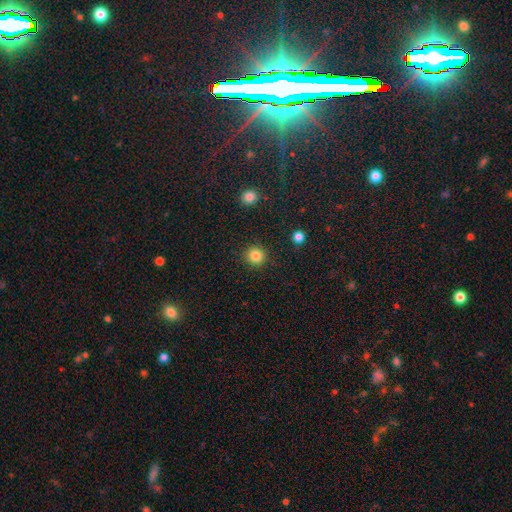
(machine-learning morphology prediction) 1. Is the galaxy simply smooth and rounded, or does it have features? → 85% smooth, 11% star or artifact, 4% featured or disk.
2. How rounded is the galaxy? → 94% round, 5% in between, 1% cigar-shaped.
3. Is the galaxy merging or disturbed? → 91% none, 5% minor disturbance, 2% major disturbance, 1% merger.